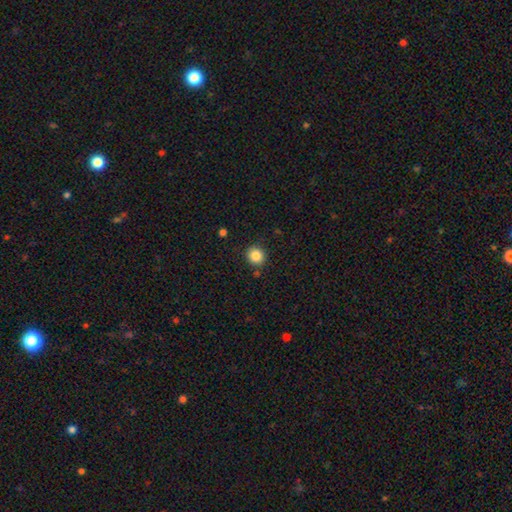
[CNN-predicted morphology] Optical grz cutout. It shows a smooth galaxy with no disk features (85%) that is round (89%). Merging: none (89%).